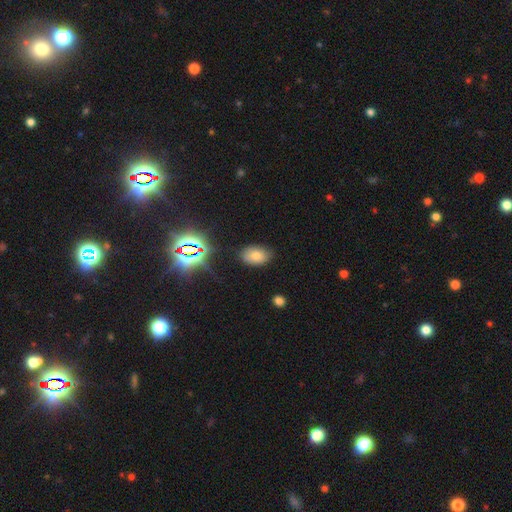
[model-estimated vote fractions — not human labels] Smooth or featured? Predicted: smooth (p=0.64). How rounded? Predicted: in between (p=0.86). Merging? Predicted: none (p=0.84).